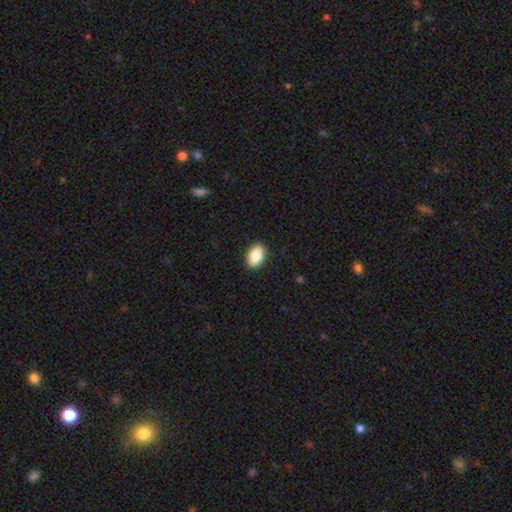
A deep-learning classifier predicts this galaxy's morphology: The model was most divided on "smooth or featured": smooth: 87%, star or artifact: 7%, featured or disk: 6%. More confident: how rounded — in between (92%); merging — none (90%).